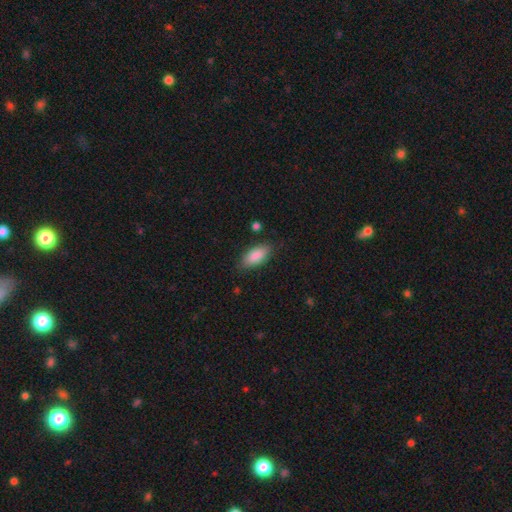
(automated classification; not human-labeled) Smooth or featured?
  - smooth: 87% *
  - featured or disk: 7%
  - star or artifact: 6%
How rounded?
  - in between: 87% *
  - cigar-shaped: 10%
  - round: 2%
Merging?
  - none: 81% *
  - minor disturbance: 14%
  - major disturbance: 3%
  - merger: 2%